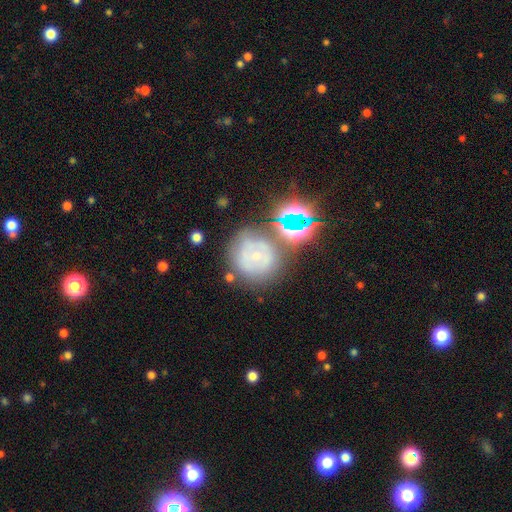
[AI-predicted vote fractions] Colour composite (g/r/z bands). It shows a featured or disk galaxy (40%). Merging: none (56%).